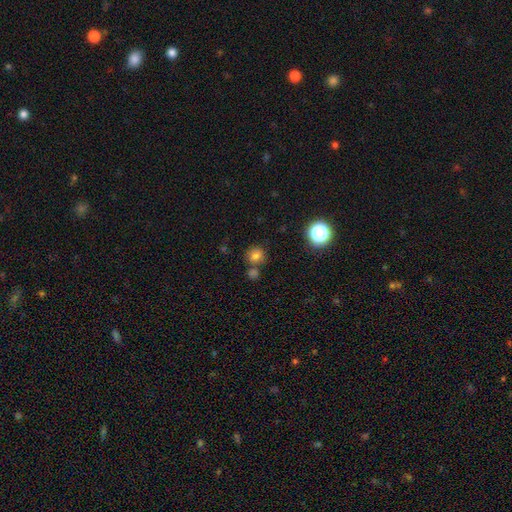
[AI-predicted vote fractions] Morphology: type=smooth (76%); roundness=round (86%); merging=none (69%).